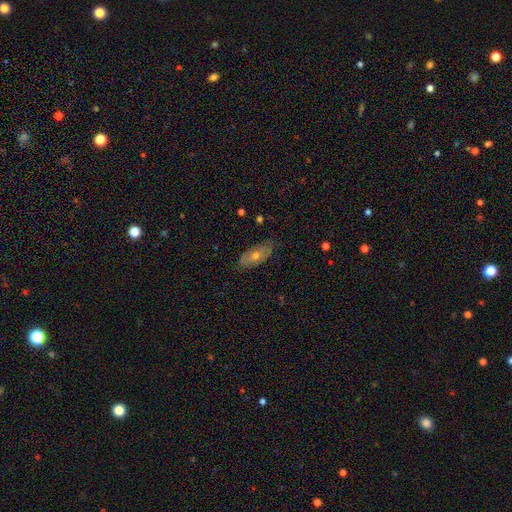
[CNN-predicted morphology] smooth-or-featured: featured or disk: 53% | smooth: 38% | star or artifact: 9%
  disk-edge-on: no: 80% | yes: 20%
  merging: none: 78% | minor disturbance: 17% | major disturbance: 4% | merger: 1%